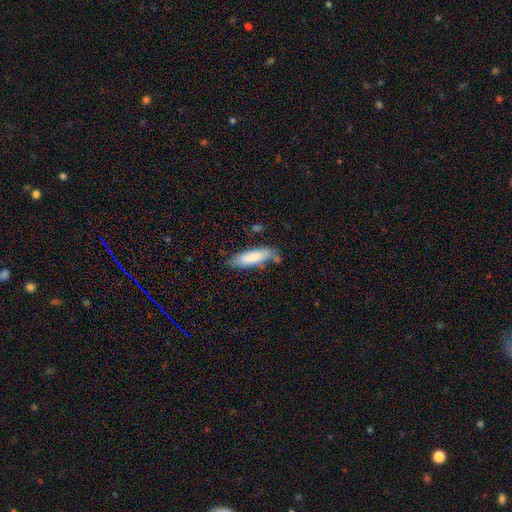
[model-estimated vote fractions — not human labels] Smooth or featured: smooth — 82% (featured or disk — 13%)
How rounded: cigar-shaped — 56% (in between — 42%)
Merging: none — 70% (minor disturbance — 20%)